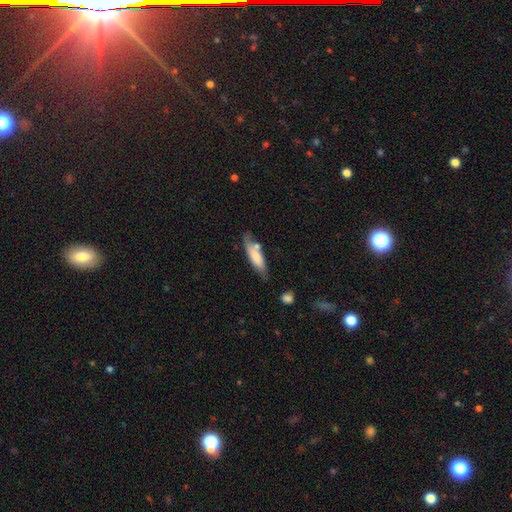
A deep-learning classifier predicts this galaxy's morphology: A smooth galaxy with no disk features (71%) that is cigar-shaped (59%).

Vote fractions:
- Smooth or featured? smooth: 71% / featured or disk: 22% / star or artifact: 6%
- How rounded? cigar-shaped: 59% / in between: 39% / round: 2%
- Merging? none: 58% / minor disturbance: 24% / merger: 11% / major disturbance: 7%